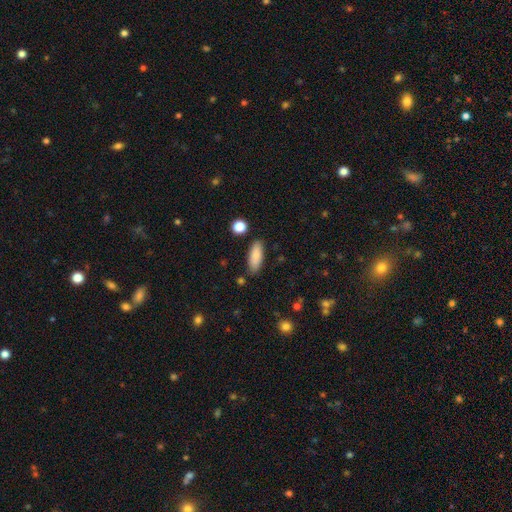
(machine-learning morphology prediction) Smooth or featured? Predicted: smooth (p=0.85). How rounded? Predicted: in between (p=0.73). Merging? Predicted: none (p=0.83).